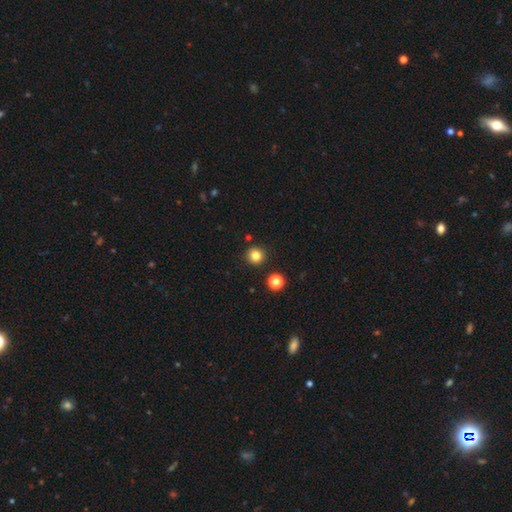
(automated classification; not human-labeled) Smooth or featured?
  - smooth: 83% *
  - star or artifact: 13%
  - featured or disk: 5%
How rounded?
  - round: 94% *
  - in between: 5%
  - cigar-shaped: 1%
Merging?
  - none: 91% *
  - minor disturbance: 5%
  - merger: 3%
  - major disturbance: 2%